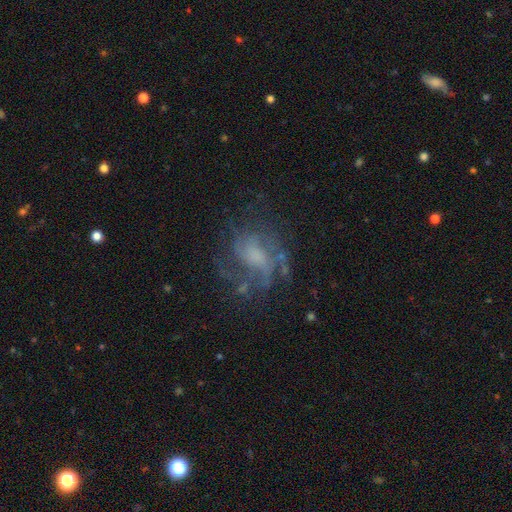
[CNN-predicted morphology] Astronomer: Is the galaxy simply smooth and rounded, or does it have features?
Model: featured or disk — 72%.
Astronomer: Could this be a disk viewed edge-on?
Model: no — 97%.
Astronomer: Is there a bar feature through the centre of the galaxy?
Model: no — 61%.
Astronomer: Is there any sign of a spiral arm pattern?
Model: yes — 79%.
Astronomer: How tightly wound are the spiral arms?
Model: medium — 44% (runner-up: tight, 31%).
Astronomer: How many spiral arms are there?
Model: can't tell — 38% (runner-up: 3, 22%).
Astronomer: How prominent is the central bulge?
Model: none — 32% (runner-up: moderate, 31%).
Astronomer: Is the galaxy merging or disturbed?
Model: none — 56%.